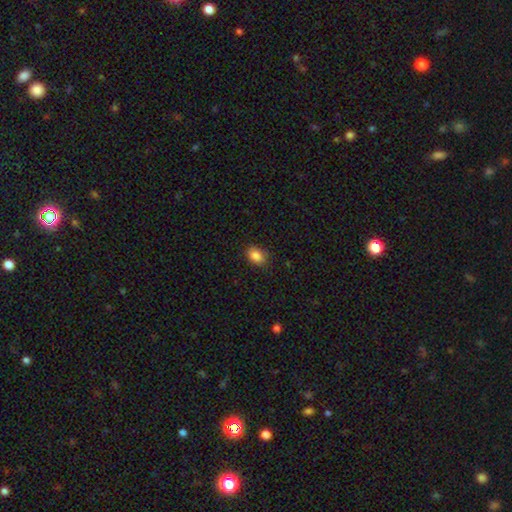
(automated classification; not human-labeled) smooth_or_featured: smooth (p=0.87) [alt: star or artifact p=0.09]
how_rounded: in between (p=0.72) [alt: round p=0.26]
merging: none (p=0.84) [alt: minor disturbance p=0.13]